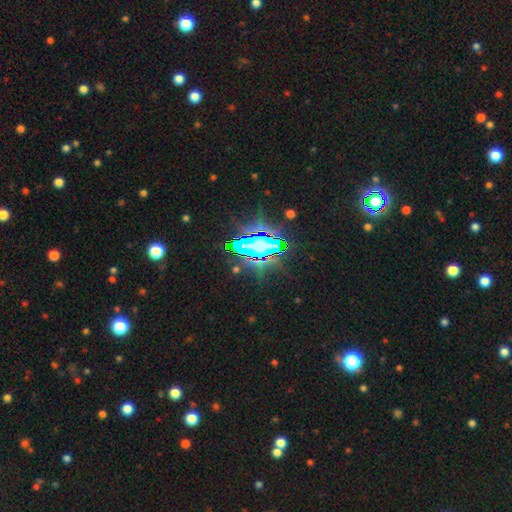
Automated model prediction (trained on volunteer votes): A star or artifact, not a galaxy (73%).

Vote fractions:
- Smooth or featured? star or artifact: 73% / smooth: 14% / featured or disk: 14%